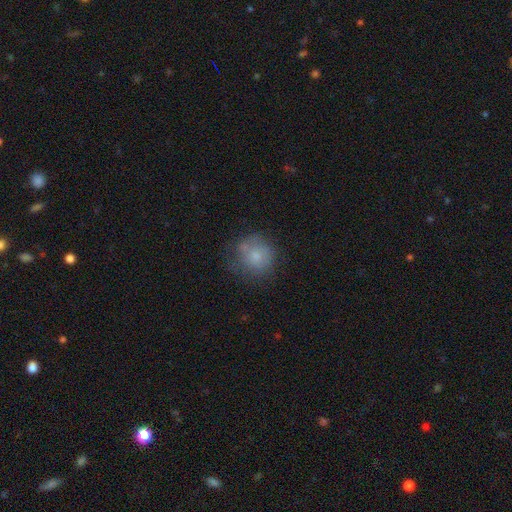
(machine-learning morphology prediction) type=smooth (73%); roundness=round (88%); merging=none (60%).